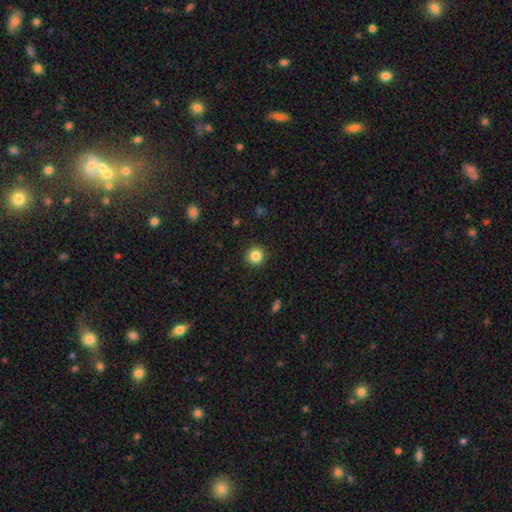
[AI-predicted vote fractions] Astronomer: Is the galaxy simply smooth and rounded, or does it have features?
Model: smooth — 85%.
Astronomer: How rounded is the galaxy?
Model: round — 95%.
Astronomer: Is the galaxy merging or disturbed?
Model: none — 92%.